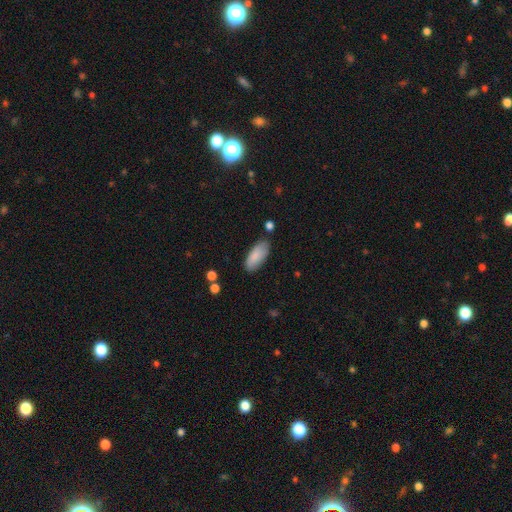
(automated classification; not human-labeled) Q: Smooth or featured?
A: smooth (86%); runner-up: featured or disk (8%)
Q: How rounded?
A: in between (82%); runner-up: cigar-shaped (16%)
Q: Merging?
A: none (78%); runner-up: minor disturbance (16%)